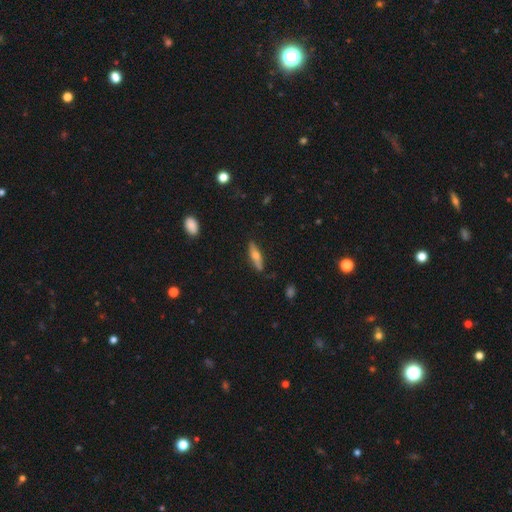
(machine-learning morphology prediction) Smooth or featured?
  - smooth: 47% * (tied)
  - featured or disk: 47% * (tied)
  - star or artifact: 6%
Merging?
  - none: 83% *
  - minor disturbance: 13%
  - major disturbance: 2%
  - merger: 2%